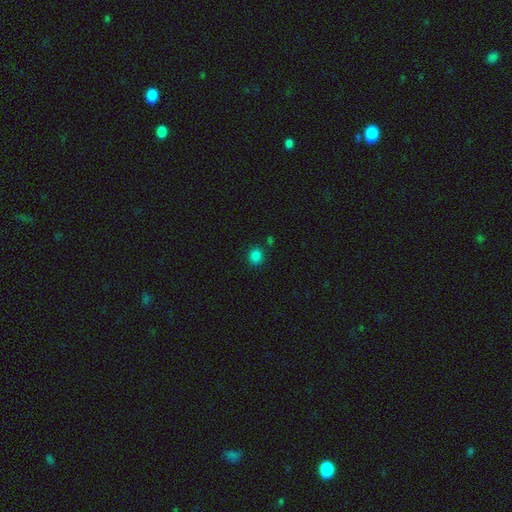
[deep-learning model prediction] This is clearly a smooth galaxy (82%). How rounded: likely round (77%). Merging: clearly none (85%).